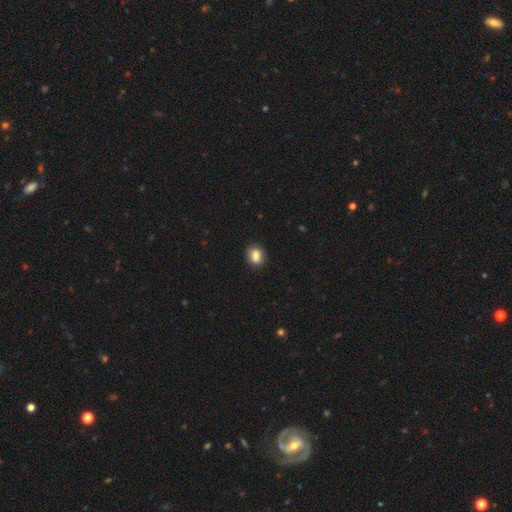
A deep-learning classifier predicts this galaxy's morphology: Smooth or featured? smooth (84%)
How rounded? in between (57%)
Merging? none (81%)